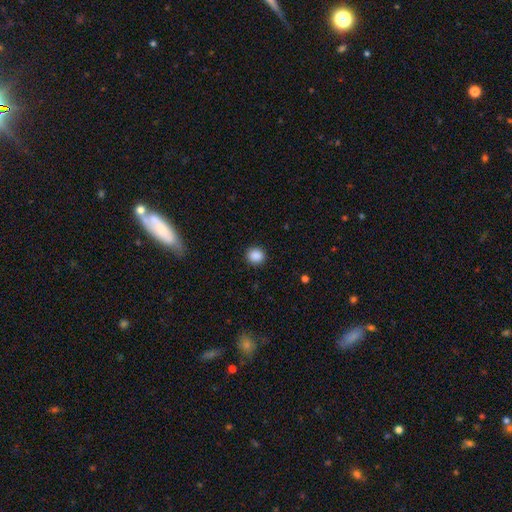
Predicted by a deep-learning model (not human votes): A smooth galaxy with no disk features (88%) that is round (88%).

Vote fractions:
- Smooth or featured? smooth: 88% / star or artifact: 9% / featured or disk: 3%
- How rounded? round: 88% / in between: 11% / cigar-shaped: 1%
- Merging? none: 91% / minor disturbance: 6% / major disturbance: 2% / merger: 1%